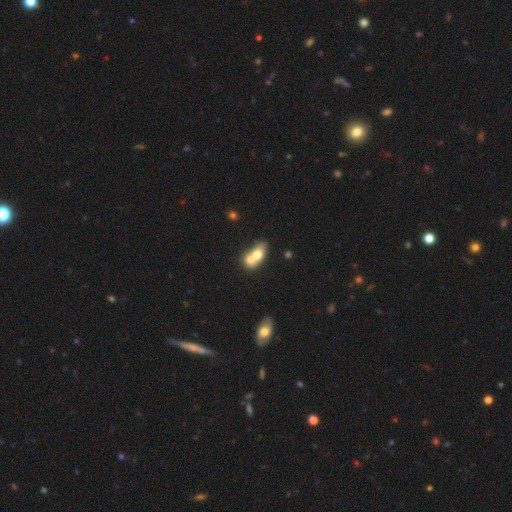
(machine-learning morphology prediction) Overall: smooth (66%). How rounded: in between (71%). Merging: merger (72%).